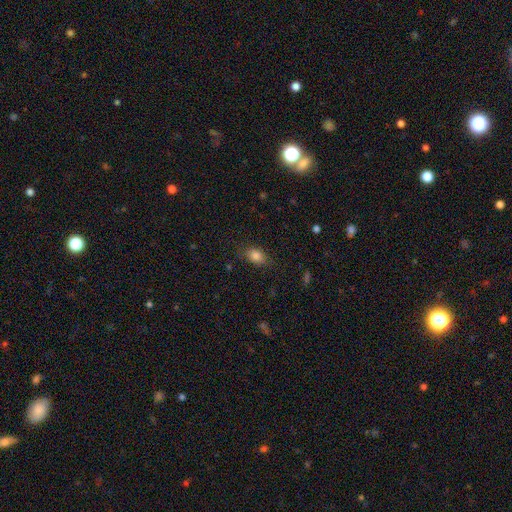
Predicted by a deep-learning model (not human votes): Q: Smooth or featured?
A: smooth (83%); runner-up: star or artifact (10%)
Q: How rounded?
A: in between (78%); runner-up: round (20%)
Q: Merging?
A: none (79%); runner-up: minor disturbance (16%)